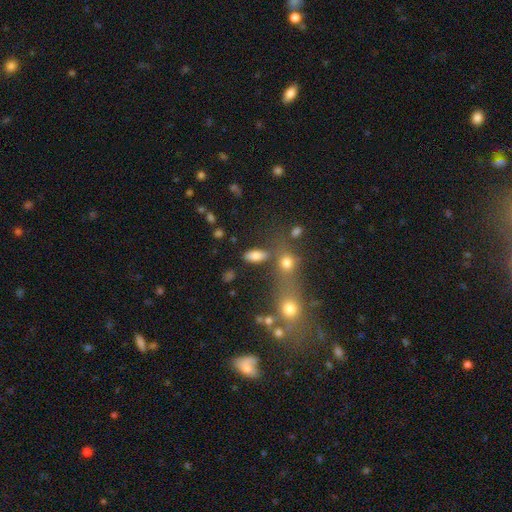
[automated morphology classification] A smooth galaxy with no disk features (79%) that is in between round and cigar-shaped (86%).

Vote fractions:
- Smooth or featured? smooth: 79% / star or artifact: 11% / featured or disk: 10%
- How rounded? in between: 86% / cigar-shaped: 7% / round: 7%
- Merging? none: 66% / merger: 16% / minor disturbance: 12% / major disturbance: 6%